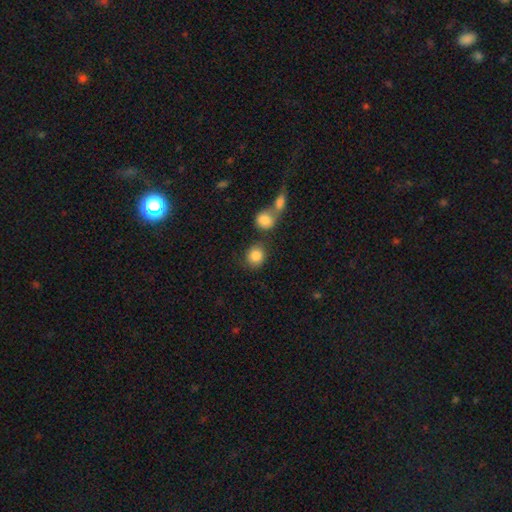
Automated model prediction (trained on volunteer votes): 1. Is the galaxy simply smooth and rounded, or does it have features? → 85% smooth, 9% star or artifact, 6% featured or disk.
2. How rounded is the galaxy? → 77% round, 22% in between, 1% cigar-shaped.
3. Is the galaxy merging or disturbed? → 69% none, 15% merger, 11% minor disturbance, 5% major disturbance.